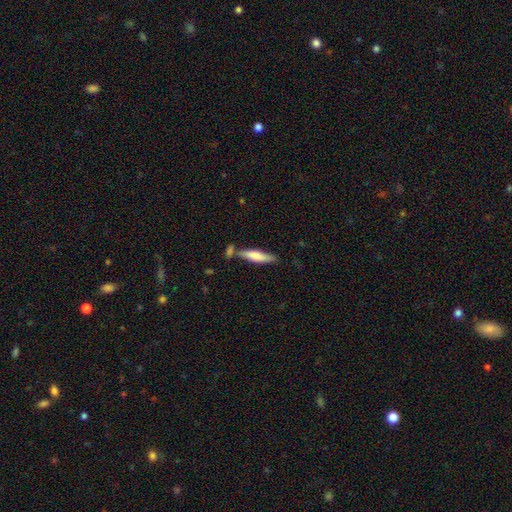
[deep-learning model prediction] Smooth or featured?
  - smooth: 68% *
  - featured or disk: 26%
  - star or artifact: 6%
How rounded?
  - cigar-shaped: 77% *
  - in between: 21%
  - round: 2%
Merging?
  - none: 64% *
  - merger: 16%
  - minor disturbance: 16%
  - major disturbance: 4%